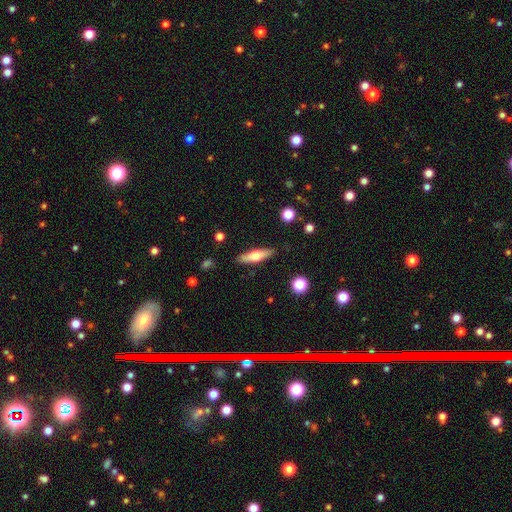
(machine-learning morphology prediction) A smooth galaxy with no disk features (52%) that is cigar-shaped (69%). Merging: none (87%).